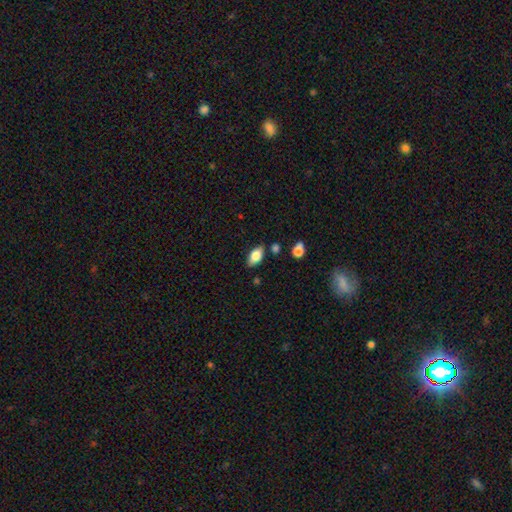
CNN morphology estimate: This is likely a smooth galaxy (77%). How rounded: clearly in between (90%). Merging: clearly none (80%).